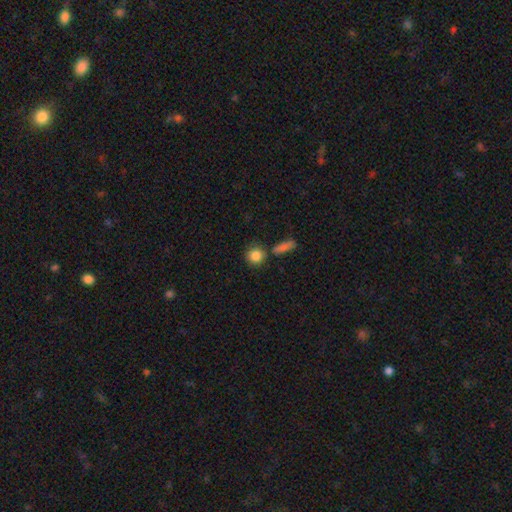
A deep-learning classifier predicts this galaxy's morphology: This appears to be a smooth galaxy with no disk features (85%) that is round (86%). Merging: none (73%).